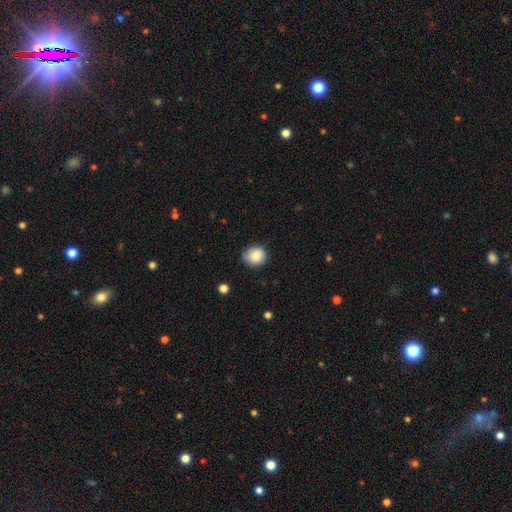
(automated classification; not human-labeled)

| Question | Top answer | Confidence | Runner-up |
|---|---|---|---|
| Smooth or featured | smooth | 84% | star or artifact (8%) |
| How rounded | round | 83% | in between (16%) |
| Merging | none | 72% | minor disturbance (23%) |